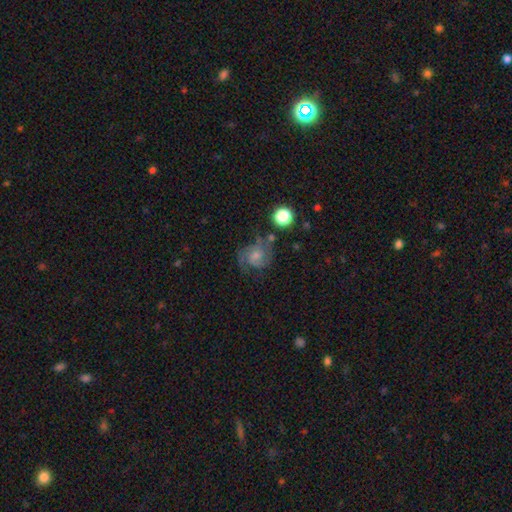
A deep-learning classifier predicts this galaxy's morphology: smooth_or_featured: featured or disk (p=0.65) [alt: smooth p=0.25]
disk_edge_on: no (p=0.98) [alt: yes p=0.02]
bar: no (p=0.67) [alt: weak p=0.29]
has_spiral_arms: yes (p=0.92) [alt: no p=0.08]
spiral_winding: medium (p=0.46) [alt: tight p=0.36]
spiral_arm_count: 2 (p=0.58) [alt: can't tell p=0.15]
bulge_size: moderate (p=0.42) [alt: small p=0.36]
merging: none (p=0.55) [alt: minor disturbance p=0.22]